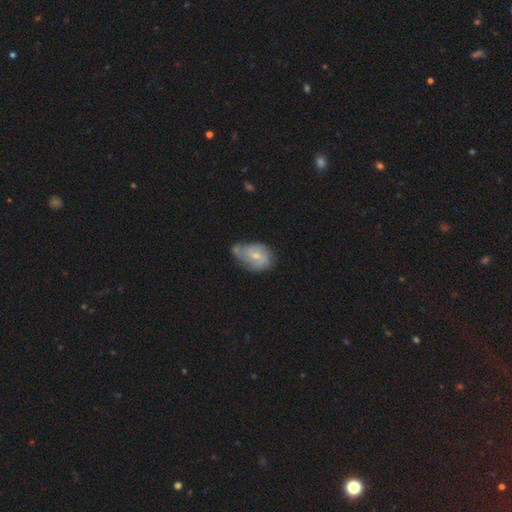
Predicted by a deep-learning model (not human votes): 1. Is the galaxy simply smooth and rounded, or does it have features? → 59% featured or disk, 34% smooth, 7% star or artifact.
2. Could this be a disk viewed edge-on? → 97% no, 3% yes.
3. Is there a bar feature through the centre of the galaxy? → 56% no, 39% weak, 5% strong.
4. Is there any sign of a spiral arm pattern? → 80% yes, 20% no.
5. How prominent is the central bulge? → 58% small, 37% moderate, 3% none, 1% large, 1% dominant.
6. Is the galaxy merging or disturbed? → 42% none, 35% minor disturbance, 13% major disturbance, 10% merger.